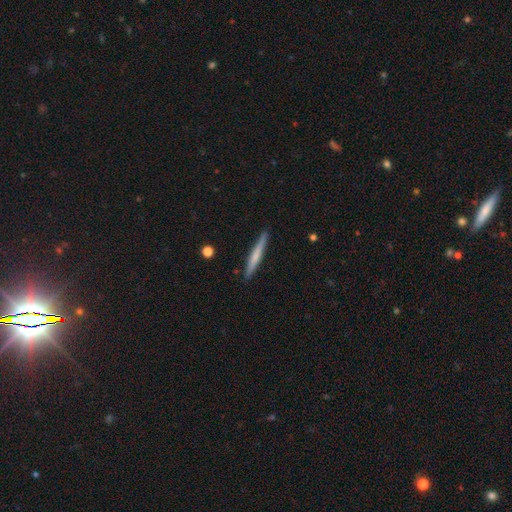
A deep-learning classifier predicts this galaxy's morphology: Smooth or featured?
  - smooth: 57% *
  - featured or disk: 38%
  - star or artifact: 5%
How rounded?
  - cigar-shaped: 96% *
  - in between: 2%
  - round: 1%
Merging?
  - none: 90% *
  - minor disturbance: 7%
  - major disturbance: 1%
  - merger: 1%